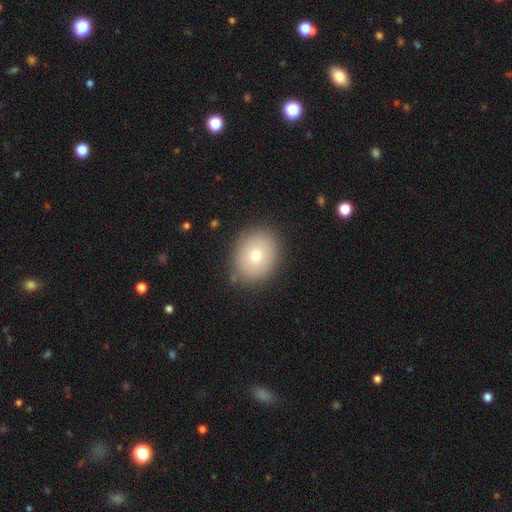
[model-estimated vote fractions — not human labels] A smooth galaxy with no disk features (77%) that is in between round and cigar-shaped (50%). Merging: none (86%).